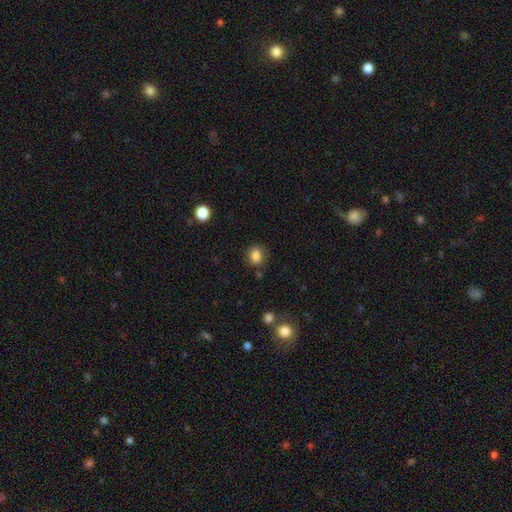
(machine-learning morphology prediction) Q: Smooth or featured?
A: smooth (85%); runner-up: star or artifact (10%)
Q: How rounded?
A: round (58%); runner-up: in between (41%)
Q: Merging?
A: none (83%); runner-up: minor disturbance (11%)